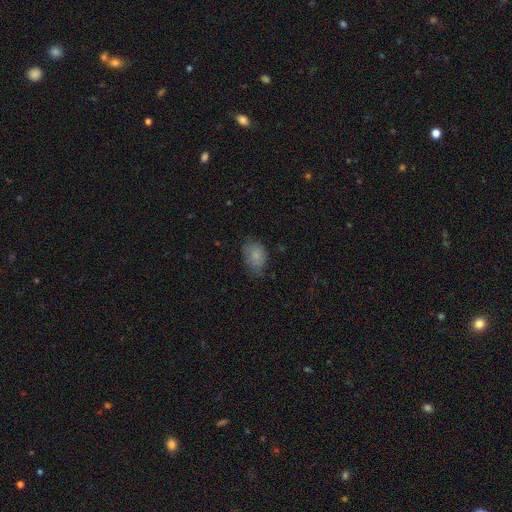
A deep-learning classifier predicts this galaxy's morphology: Overall: smooth (80%). How rounded: in between (78%). Merging: none (59%; minor disturbance 31%).